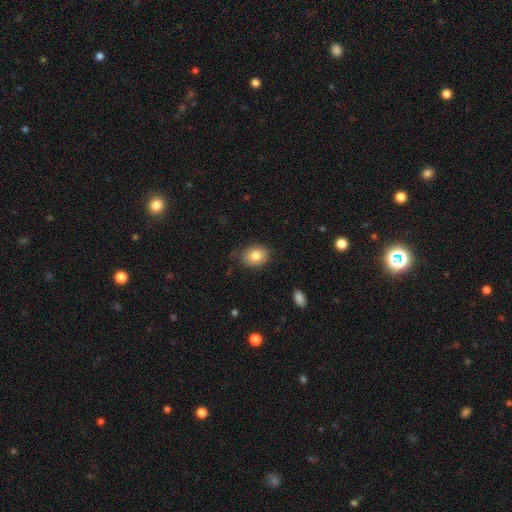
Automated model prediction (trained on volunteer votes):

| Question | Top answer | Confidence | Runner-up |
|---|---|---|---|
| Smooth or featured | smooth | 83% | featured or disk (9%) |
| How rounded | in between | 59% | round (40%) |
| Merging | none | 81% | minor disturbance (15%) |